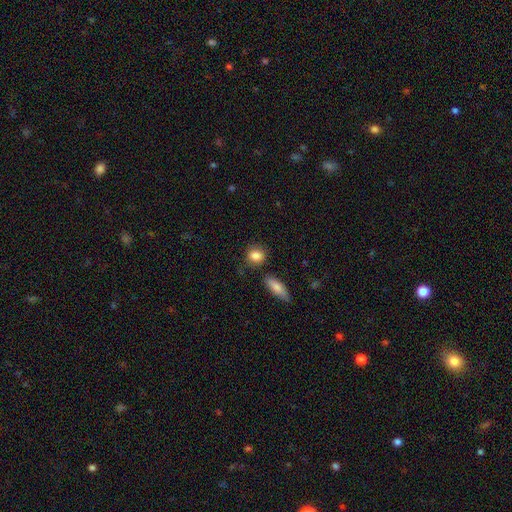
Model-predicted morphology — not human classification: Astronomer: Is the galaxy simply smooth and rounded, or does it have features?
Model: smooth — 87%.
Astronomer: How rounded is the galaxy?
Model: round — 58% (runner-up: in between, 39%).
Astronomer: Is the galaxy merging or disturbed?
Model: none — 78%.